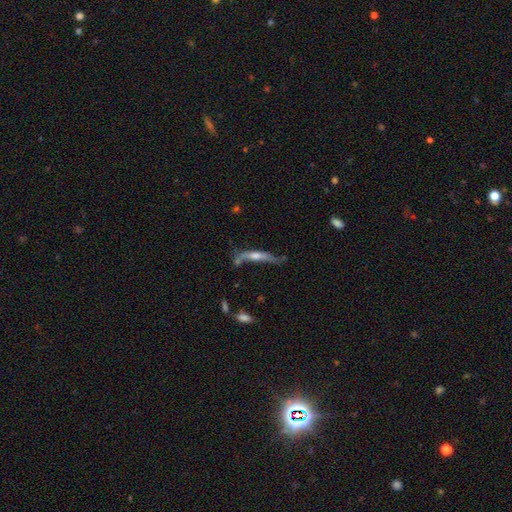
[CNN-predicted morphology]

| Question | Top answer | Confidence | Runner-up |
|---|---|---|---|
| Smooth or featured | featured or disk | 60% | smooth (32%) |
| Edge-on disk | yes | 81% | no (19%) |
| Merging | none | 44% | minor disturbance (27%) |